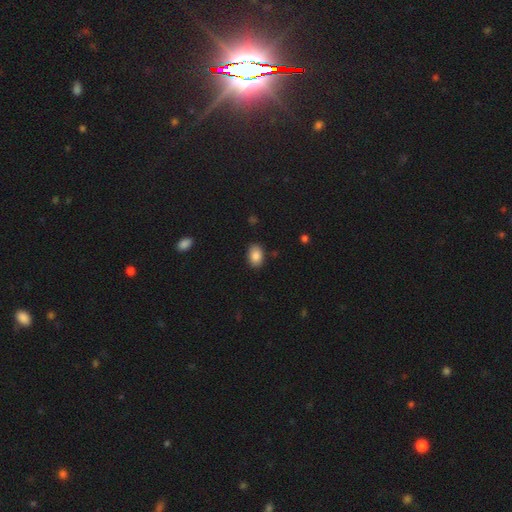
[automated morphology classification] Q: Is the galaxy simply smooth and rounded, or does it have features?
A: smooth — 86%.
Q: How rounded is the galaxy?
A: in between — 83%.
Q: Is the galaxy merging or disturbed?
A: none — 87%.